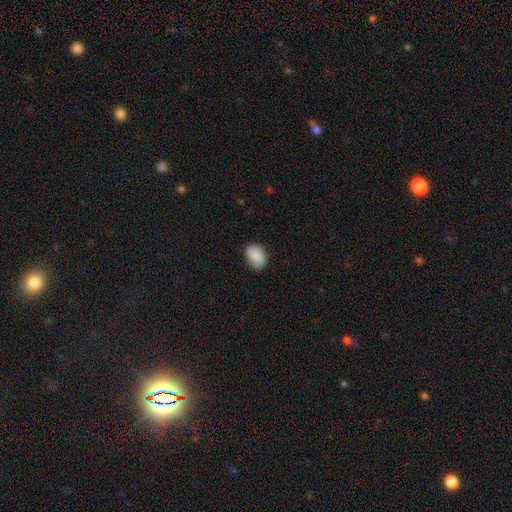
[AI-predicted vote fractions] This is clearly a smooth galaxy (84%). How rounded: likely in between (80%). Merging: clearly none (82%).